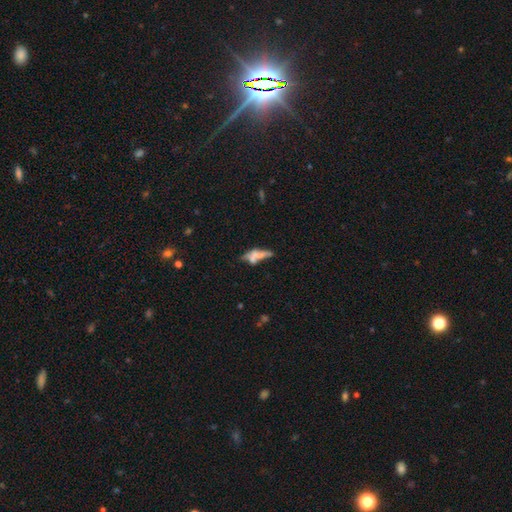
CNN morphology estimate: Smooth or featured?
  - smooth: 49% *
  - featured or disk: 39%
  - star or artifact: 12%
Merging?
  - none: 38% *
  - merger: 30%
  - minor disturbance: 18%
  - major disturbance: 14%